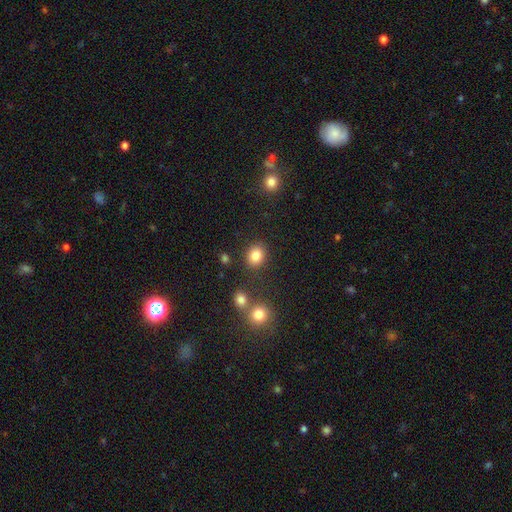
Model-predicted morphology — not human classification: Smooth or featured? Predicted: smooth (p=0.84). How rounded? Predicted: round (p=0.56). Merging? Predicted: none (p=0.83).